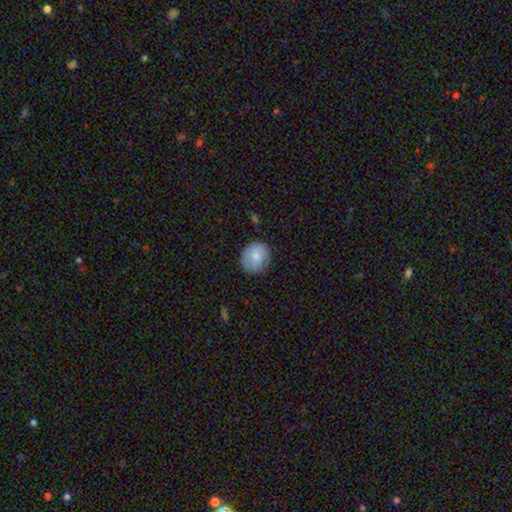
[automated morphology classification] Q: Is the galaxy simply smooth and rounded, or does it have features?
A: smooth — 80%.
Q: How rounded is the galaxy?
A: round — 77%.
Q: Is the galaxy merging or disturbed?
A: none — 76%.